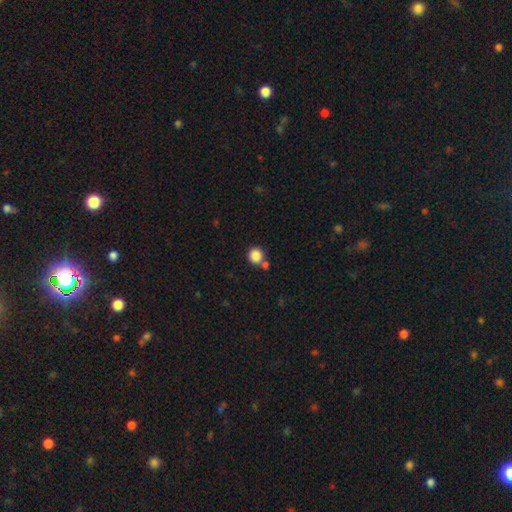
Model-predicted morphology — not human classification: The model was most divided on "merging": none: 71%, merger: 17%, minor disturbance: 9%, major disturbance: 3%. More confident: how rounded — round (91%); smooth or featured — smooth (87%).